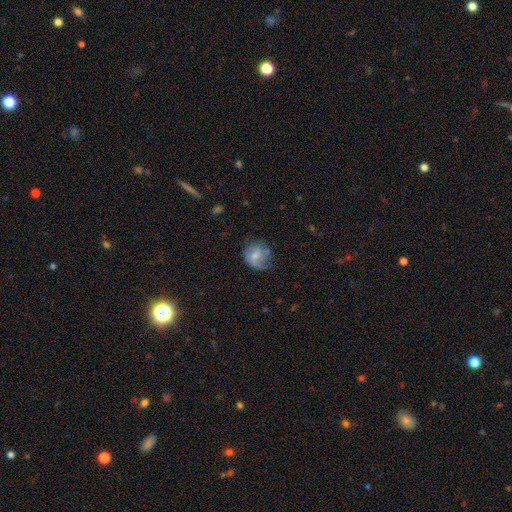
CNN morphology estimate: type=featured or disk (50%); merging=none (52%).